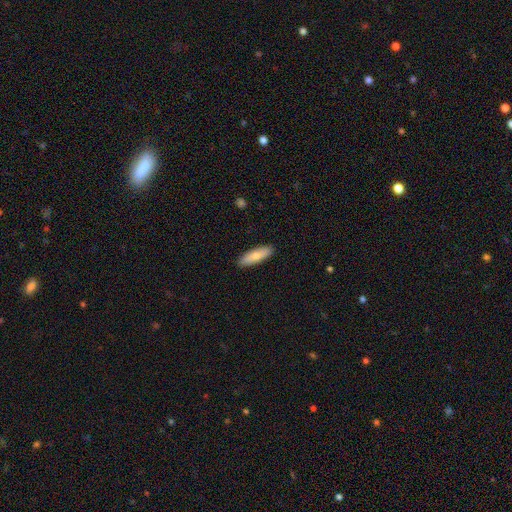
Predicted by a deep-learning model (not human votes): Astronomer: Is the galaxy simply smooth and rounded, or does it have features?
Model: smooth — 76%.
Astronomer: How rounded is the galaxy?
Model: cigar-shaped — 56% (runner-up: in between, 42%).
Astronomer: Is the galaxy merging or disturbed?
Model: none — 90%.